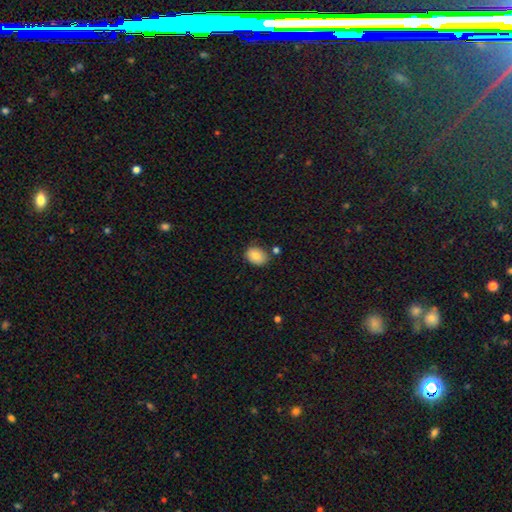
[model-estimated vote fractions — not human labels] Morphology: type=smooth (83%); roundness=in between (69%); merging=none (75%).